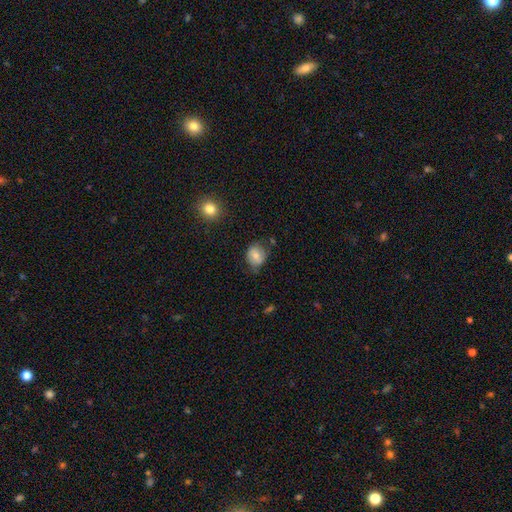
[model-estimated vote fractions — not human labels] Morphology: type=smooth (72%); roundness=round (70%); merging=none (66%).